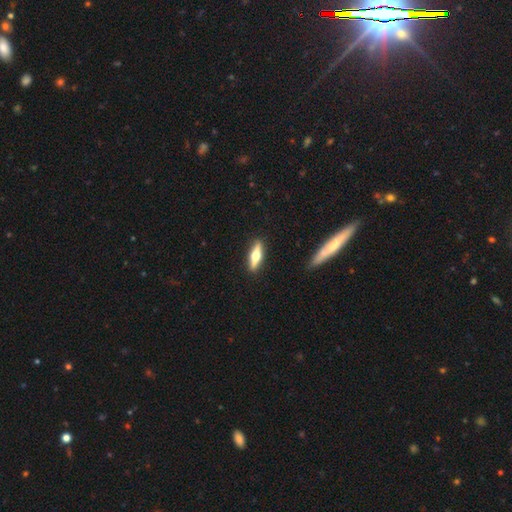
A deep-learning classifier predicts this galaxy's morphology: The model was most divided on "smooth or featured": featured or disk: 55%, smooth: 39%, star or artifact: 6%. More confident: edge-on bulge — rounded (95%); edge-on disk — yes (92%); merging — none (89%).